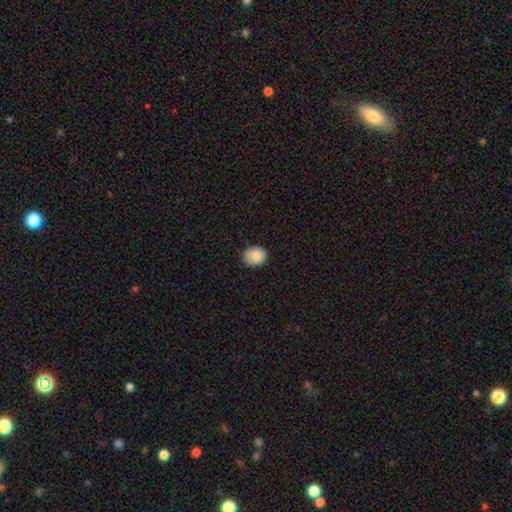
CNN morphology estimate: Smooth or featured? smooth (88%)
How rounded? in between (51%)
Merging? none (84%)